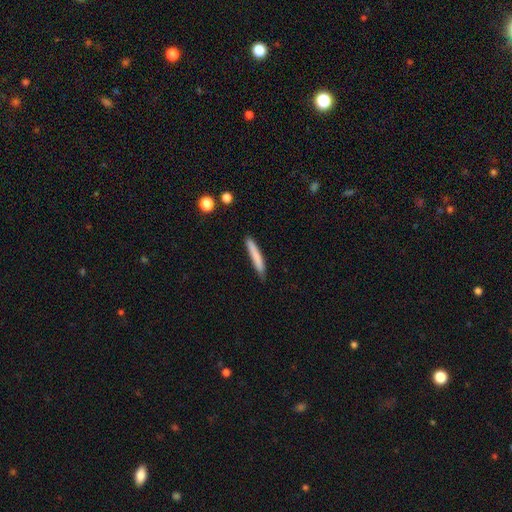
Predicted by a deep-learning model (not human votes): smooth 78%, featured or disk 16%, star or artifact 6%. Down the decision tree: how rounded — cigar-shaped (95%); merging — none (83%).